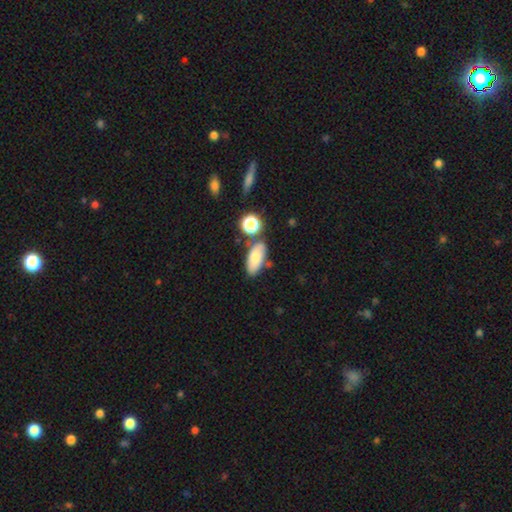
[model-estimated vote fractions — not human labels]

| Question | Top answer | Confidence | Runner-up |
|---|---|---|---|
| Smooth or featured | smooth | 74% | featured or disk (17%) |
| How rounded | in between | 87% | cigar-shaped (8%) |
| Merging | none | 65% | minor disturbance (17%) |